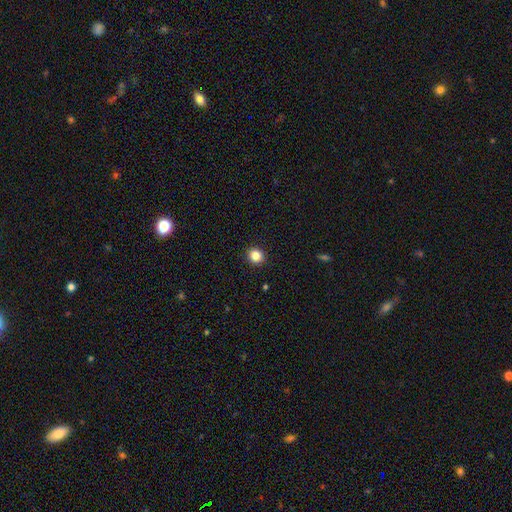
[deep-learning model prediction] smooth 85%, star or artifact 11%, featured or disk 5%. Down the decision tree: how rounded — round (87%); merging — none (93%).